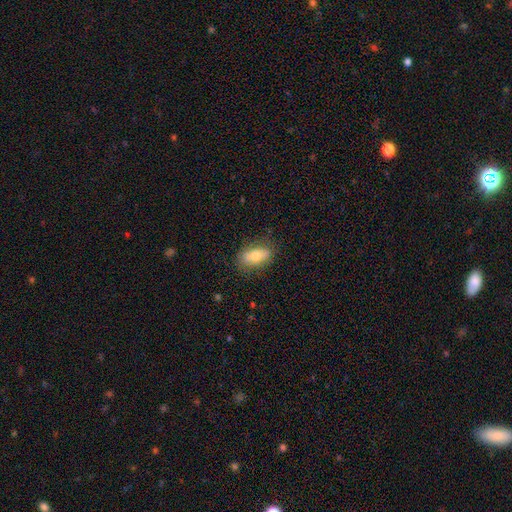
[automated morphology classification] Smooth or featured: smooth — 70% (featured or disk — 22%)
How rounded: in between — 88% (round — 6%)
Merging: none — 78% (minor disturbance — 16%)